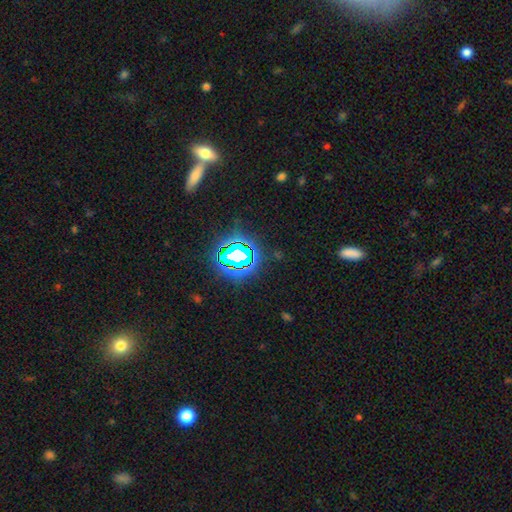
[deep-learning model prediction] The model was most divided on "smooth or featured": star or artifact: 72%, smooth: 17%, featured or disk: 11%.